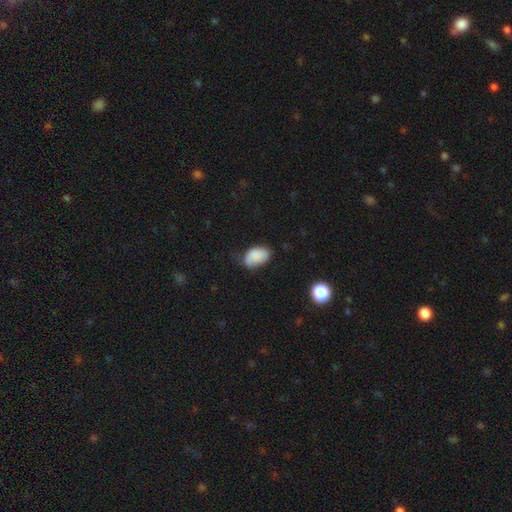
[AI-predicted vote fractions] A smooth galaxy with no disk features (83%) that is in between round and cigar-shaped (90%).

Vote fractions:
- Smooth or featured? smooth: 83% / featured or disk: 9% / star or artifact: 8%
- How rounded? in between: 90% / round: 9% / cigar-shaped: 1%
- Merging? none: 52% / minor disturbance: 35% / major disturbance: 10% / merger: 3%